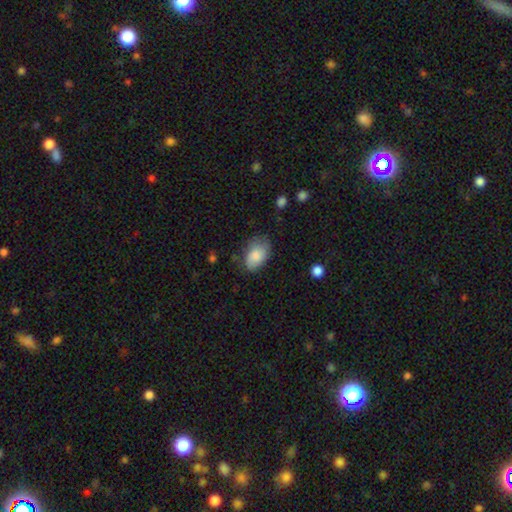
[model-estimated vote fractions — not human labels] Q: Smooth or featured?
A: smooth (82%); runner-up: featured or disk (11%)
Q: How rounded?
A: in between (88%); runner-up: round (11%)
Q: Merging?
A: none (62%); runner-up: minor disturbance (28%)